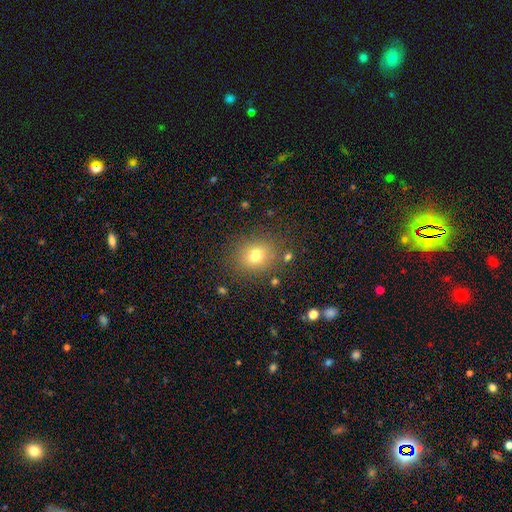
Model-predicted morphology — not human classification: smooth 74%, star or artifact 16%, featured or disk 11%. Down the decision tree: how rounded — round (73%); merging — none (83%).